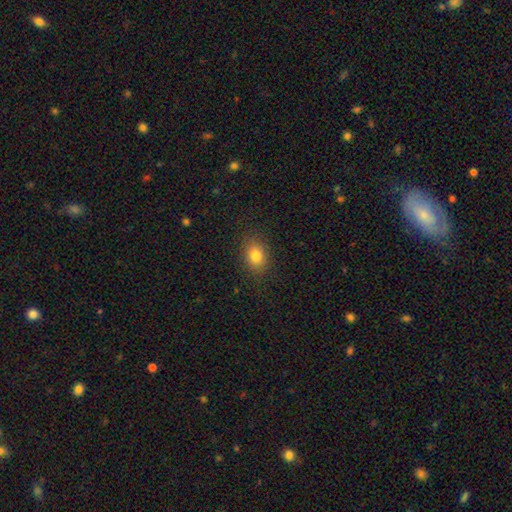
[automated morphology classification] smooth 82%, star or artifact 10%, featured or disk 7%. Down the decision tree: how rounded — in between (65%); merging — none (86%).